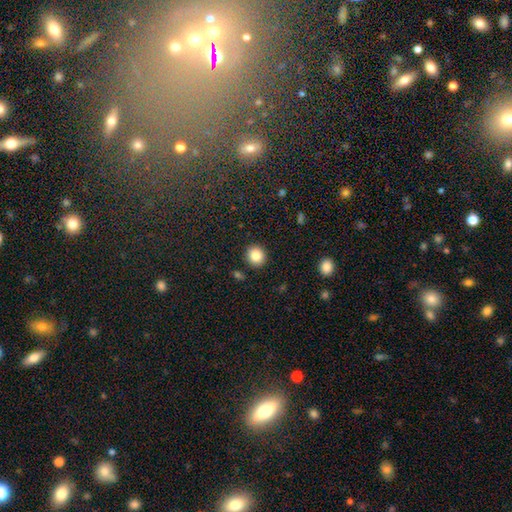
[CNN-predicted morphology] smooth_or_featured: smooth (p=0.84) [alt: star or artifact p=0.10]
how_rounded: round (p=0.88) [alt: in between p=0.11]
merging: none (p=0.90) [alt: minor disturbance p=0.06]